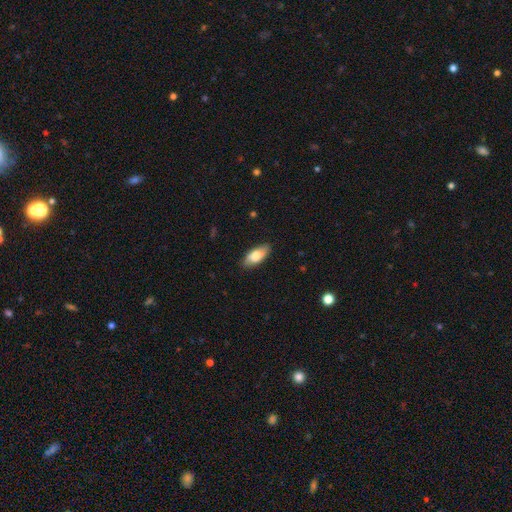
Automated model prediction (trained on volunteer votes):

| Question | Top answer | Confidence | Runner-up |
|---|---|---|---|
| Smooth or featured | smooth | 77% | featured or disk (17%) |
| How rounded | in between | 85% | cigar-shaped (13%) |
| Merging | none | 85% | minor disturbance (12%) |